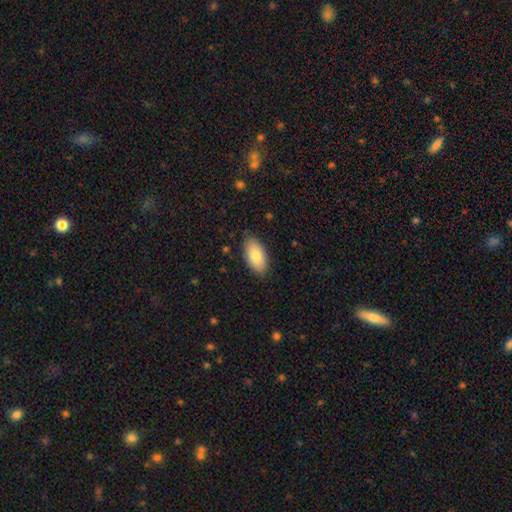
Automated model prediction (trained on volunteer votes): Morphology: type=smooth (82%); roundness=in between (94%); merging=none (85%).